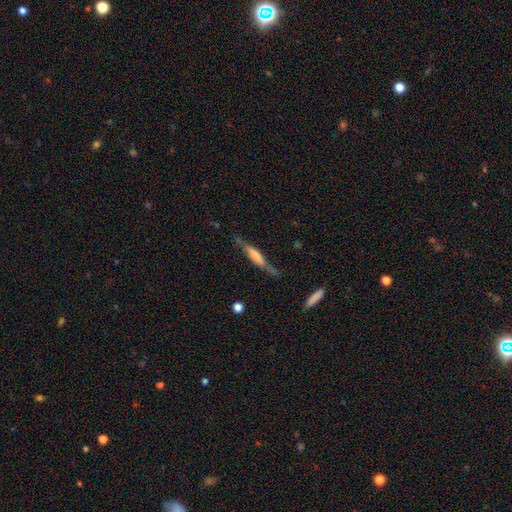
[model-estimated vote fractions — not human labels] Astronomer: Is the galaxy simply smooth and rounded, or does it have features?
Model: featured or disk — 51% (runner-up: smooth, 42%).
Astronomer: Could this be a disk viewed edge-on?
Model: yes — 81%.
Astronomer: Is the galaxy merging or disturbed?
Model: none — 61%.